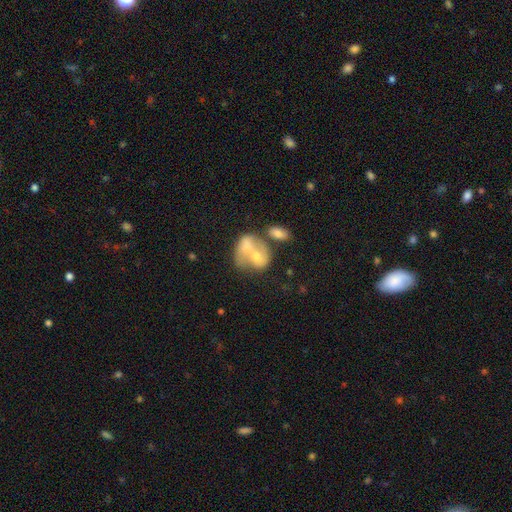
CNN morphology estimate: smooth_or_featured: smooth (p=0.50) [alt: featured or disk p=0.41]
merging: merger (p=0.69) [alt: none p=0.16]